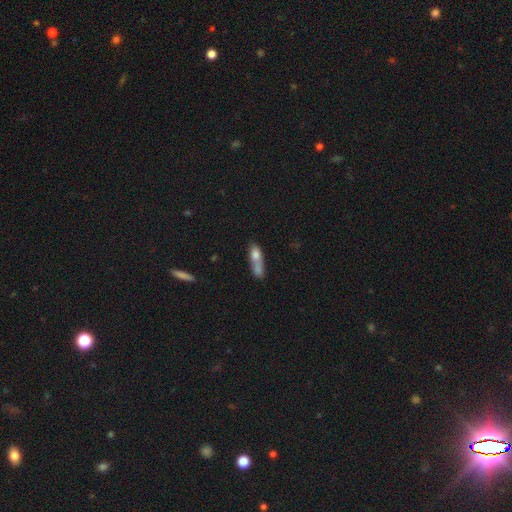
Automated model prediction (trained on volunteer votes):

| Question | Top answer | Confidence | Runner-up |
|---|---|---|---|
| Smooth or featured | smooth | 68% | featured or disk (22%) |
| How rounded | in between | 50% | cigar-shaped (40%) |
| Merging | merger | 60% | none (20%) |